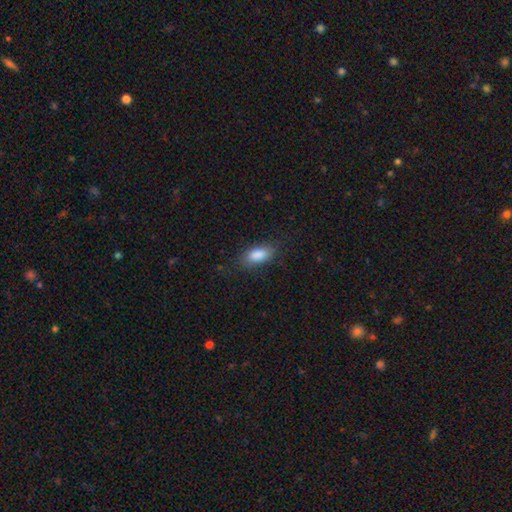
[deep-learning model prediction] Smooth or featured? smooth (83%)
How rounded? in between (83%)
Merging? none (82%)